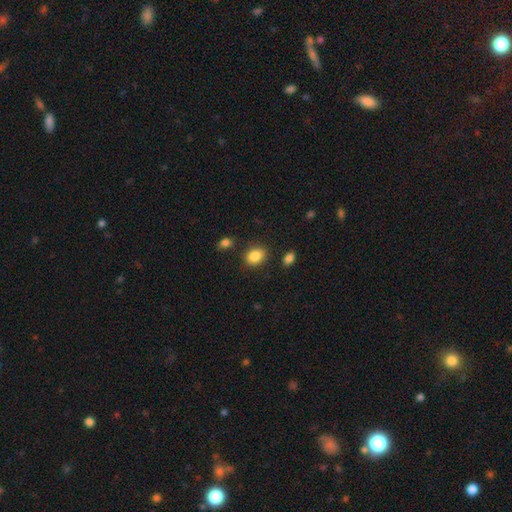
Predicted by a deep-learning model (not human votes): This is clearly a smooth galaxy (86%). How rounded: likely in between (61%). Merging: clearly none (83%).